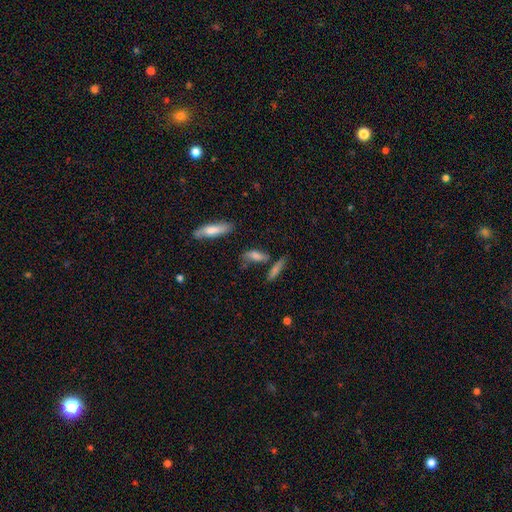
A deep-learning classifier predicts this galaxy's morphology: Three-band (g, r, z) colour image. It shows a smooth galaxy with no disk features (67%) that is in between round and cigar-shaped (49%). Merging: none (61%).